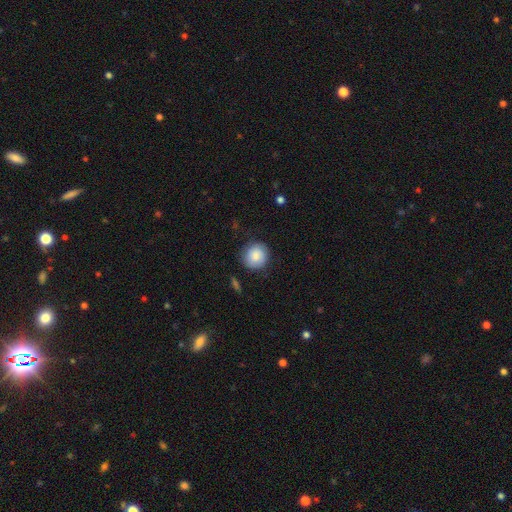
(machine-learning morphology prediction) The model was most divided on "smooth or featured": smooth: 80%, featured or disk: 13%, star or artifact: 7%. More confident: how rounded — round (89%); merging — none (83%).